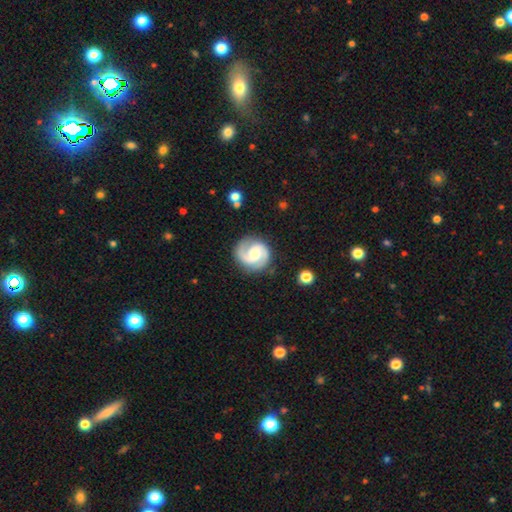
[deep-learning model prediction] Smooth or featured? featured or disk (86%)
Edge-on disk? no (98%)
Bar? no (49%)
Spiral arms? yes (98%)
Spiral winding? medium (48%)
Spiral arm count? 2 (89%)
Bulge size? moderate (50%)
Merging? none (82%)